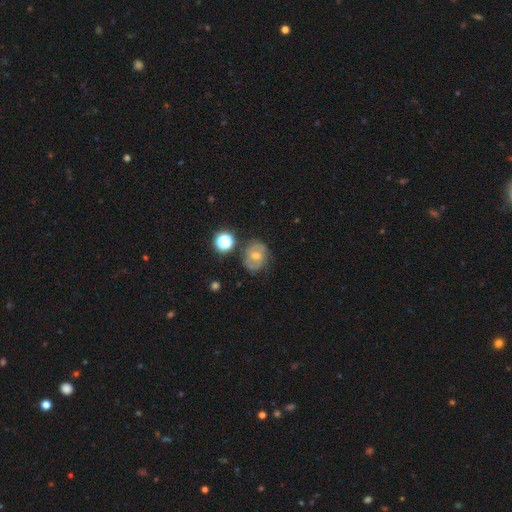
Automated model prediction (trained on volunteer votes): featured or disk 51%, smooth 29%, star or artifact 21%. Down the decision tree: edge-on disk — no (96%); merging — none (76%).